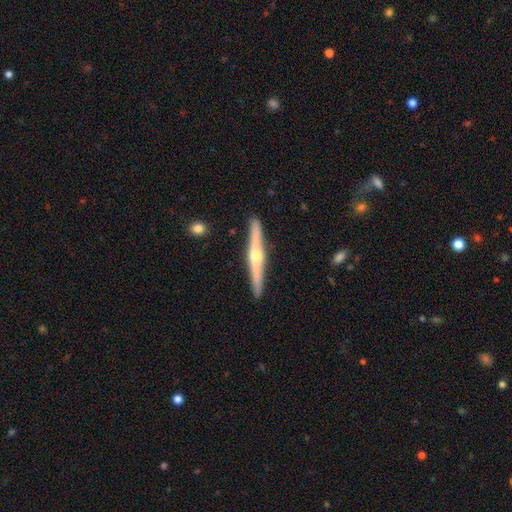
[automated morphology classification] smooth-or-featured: featured or disk: 74% | smooth: 21% | star or artifact: 5%
  disk-edge-on: yes: 98% | no: 2%
    edge-on-bulge: rounded: 90% | none: 6% | boxy: 3%
  merging: none: 91% | minor disturbance: 6% | major disturbance: 1% | merger: 1%